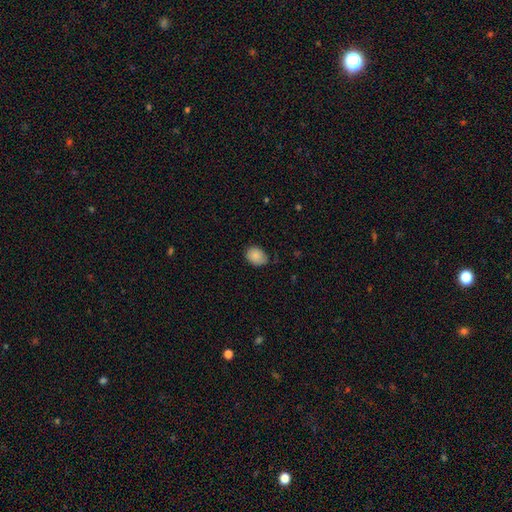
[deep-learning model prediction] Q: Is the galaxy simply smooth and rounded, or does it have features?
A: smooth — 87%.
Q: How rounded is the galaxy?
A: in between — 61%.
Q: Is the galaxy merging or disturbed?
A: none — 69%.